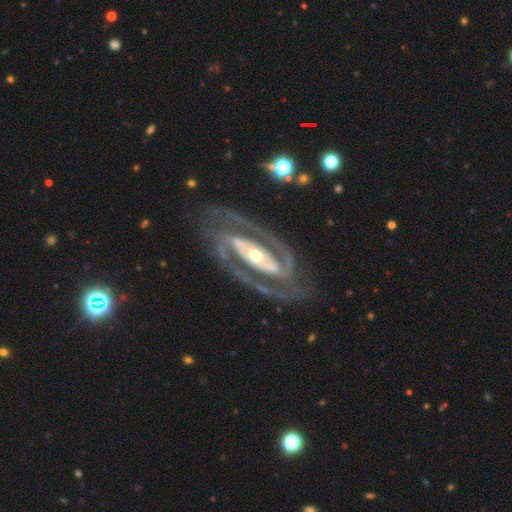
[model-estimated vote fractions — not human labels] A featured or disk galaxy (94%) with a strong bar (52%), 2 (93%) medium (49%) spiral arms (98%) and a moderate central bulge (57%).

Vote fractions:
- Smooth or featured? featured or disk: 94% / star or artifact: 4% / smooth: 3%
- Edge-on disk? no: 96% / yes: 4%
- Bar? strong: 52% / no: 27% / weak: 21%
- Spiral arms? yes: 98% / no: 2%
- Spiral winding? medium: 49% / tight: 43% / loose: 8%
- Spiral arm count? 2: 93% / 3: 2% / can't tell: 2% / 1: 1% / 4: 1% / more than 4: 1%
- Bulge size? moderate: 57% / small: 35% / large: 6% / dominant: 1% / none: 1%
- Merging? none: 80% / minor disturbance: 12% / major disturbance: 6% / merger: 2%